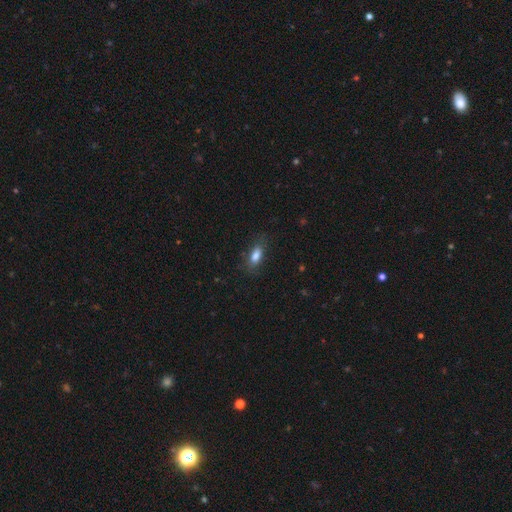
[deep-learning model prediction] The model was most divided on "merging": none: 75%, minor disturbance: 18%, major disturbance: 6%, merger: 1%. More confident: smooth or featured — smooth (81%); how rounded — in between (80%).